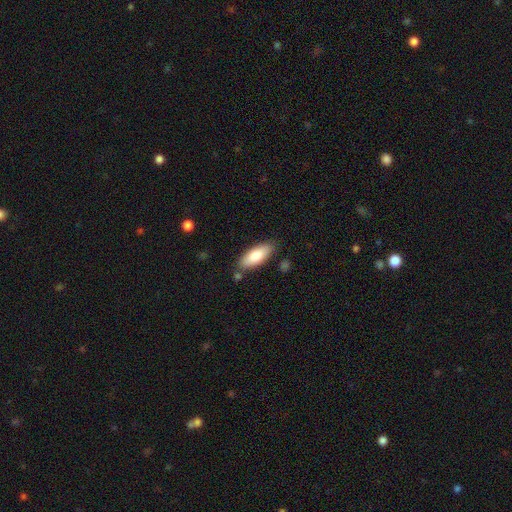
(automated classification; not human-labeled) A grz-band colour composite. It shows a smooth galaxy with no disk features (80%) that is in between round and cigar-shaped (75%). Merging: none (81%).